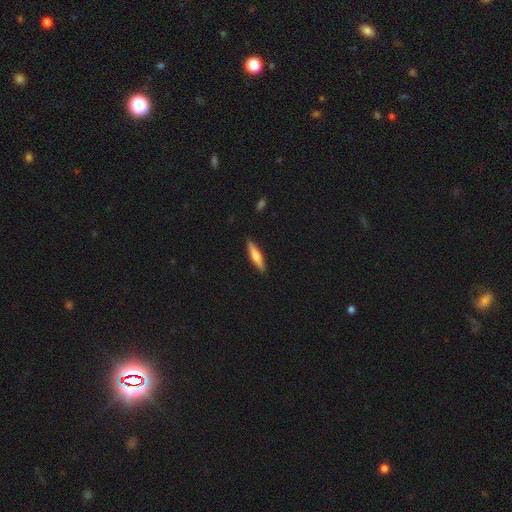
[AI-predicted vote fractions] Smooth or featured? smooth (55%)
How rounded? cigar-shaped (85%)
Merging? none (90%)